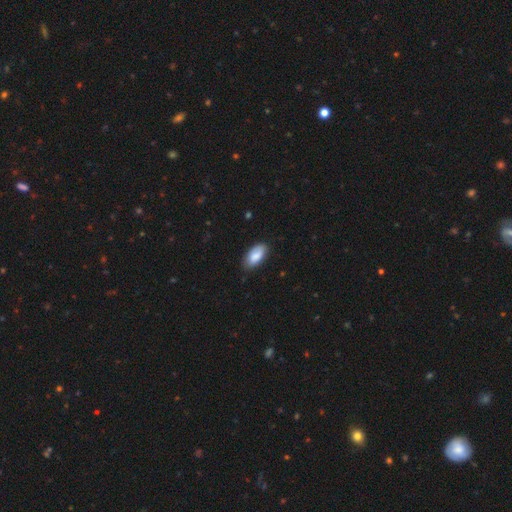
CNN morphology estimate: type=smooth (85%); roundness=in between (93%); merging=none (78%).